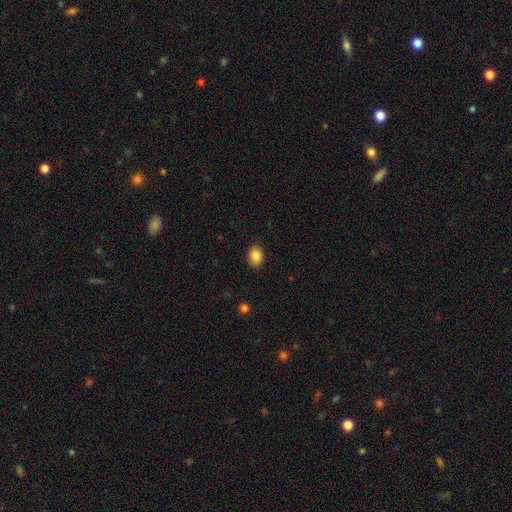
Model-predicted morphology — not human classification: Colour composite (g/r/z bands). It shows a smooth galaxy with no disk features (86%) that is in between round and cigar-shaped (71%). Merging: none (88%).